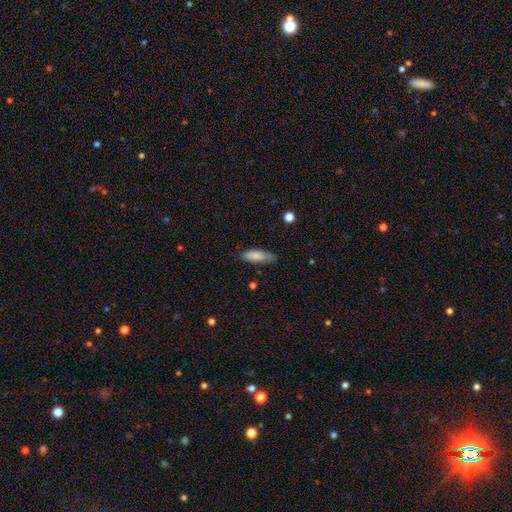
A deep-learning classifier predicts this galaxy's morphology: A smooth galaxy with no disk features (82%) that is in between round and cigar-shaped (57%).

Vote fractions:
- Smooth or featured? smooth: 82% / featured or disk: 11% / star or artifact: 6%
- How rounded? in between: 57% / cigar-shaped: 41% / round: 2%
- Merging? none: 74% / minor disturbance: 21% / major disturbance: 4% / merger: 2%